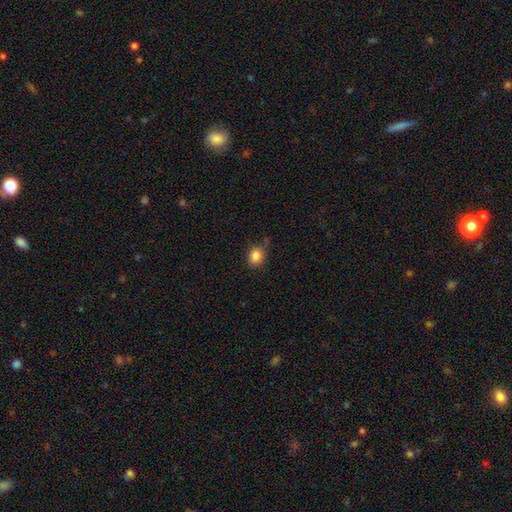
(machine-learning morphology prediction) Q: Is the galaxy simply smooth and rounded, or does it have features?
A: smooth — 86%.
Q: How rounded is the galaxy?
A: round — 54%.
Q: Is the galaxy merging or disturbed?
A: none — 76%.